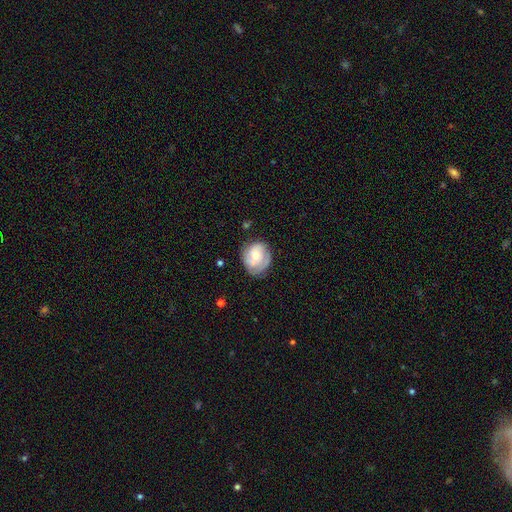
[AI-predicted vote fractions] Q: Smooth or featured?
A: featured or disk (58%); runner-up: smooth (36%)
Q: Edge-on disk?
A: no (97%); runner-up: yes (3%)
Q: Bar?
A: no (75%); runner-up: weak (22%)
Q: Spiral arms?
A: yes (82%); runner-up: no (18%)
Q: Bulge size?
A: moderate (53%); runner-up: small (38%)
Q: Merging?
A: none (65%); runner-up: minor disturbance (24%)